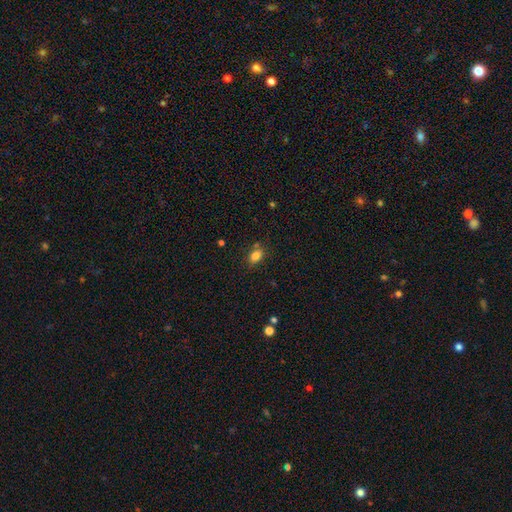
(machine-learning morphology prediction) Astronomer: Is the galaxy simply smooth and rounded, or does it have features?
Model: smooth — 82%.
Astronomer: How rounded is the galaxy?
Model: in between — 78%.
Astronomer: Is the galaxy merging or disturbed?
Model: none — 74%.